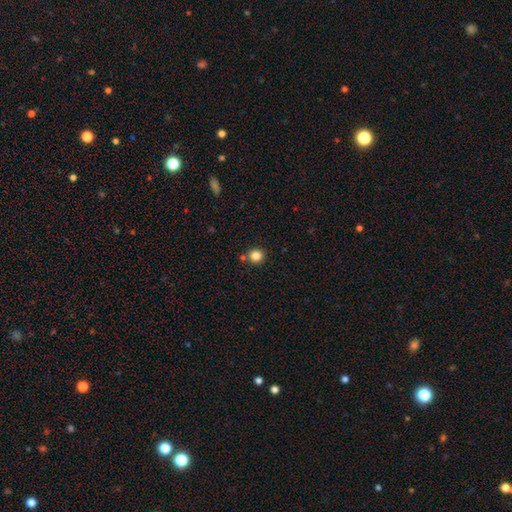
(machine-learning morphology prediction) Smooth or featured? Predicted: smooth (p=0.84). How rounded? Predicted: round (p=0.92). Merging? Predicted: none (p=0.81).